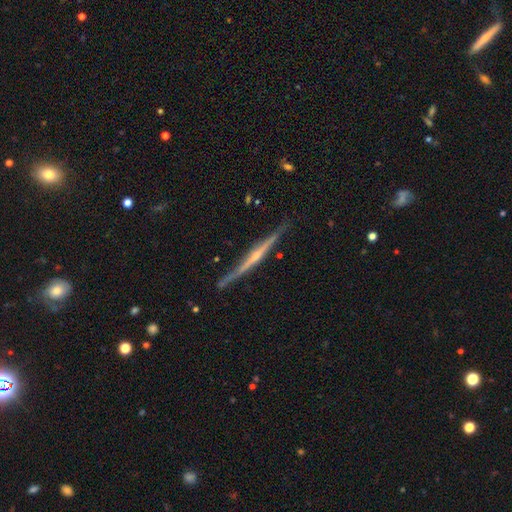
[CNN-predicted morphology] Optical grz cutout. It shows a featured or disk galaxy (84%) viewed edge-on (98%) with a rounded central bulge (68%). Merging: none (84%).